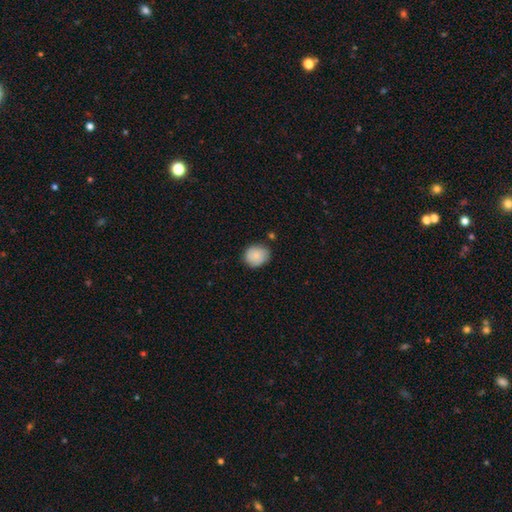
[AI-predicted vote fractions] A smooth galaxy with no disk features (81%) that is round (71%).

Vote fractions:
- Smooth or featured? smooth: 81% / featured or disk: 12% / star or artifact: 7%
- How rounded? round: 71% / in between: 28% / cigar-shaped: 1%
- Merging? none: 76% / minor disturbance: 18% / major disturbance: 3% / merger: 3%